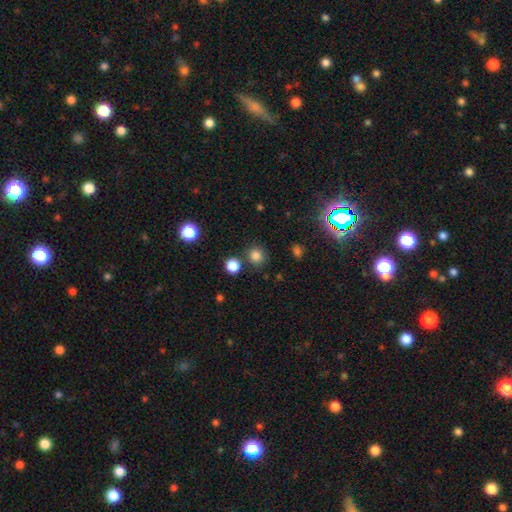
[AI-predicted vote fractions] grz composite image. It shows a smooth galaxy with no disk features (81%) that is round (89%). Merging: none (81%).